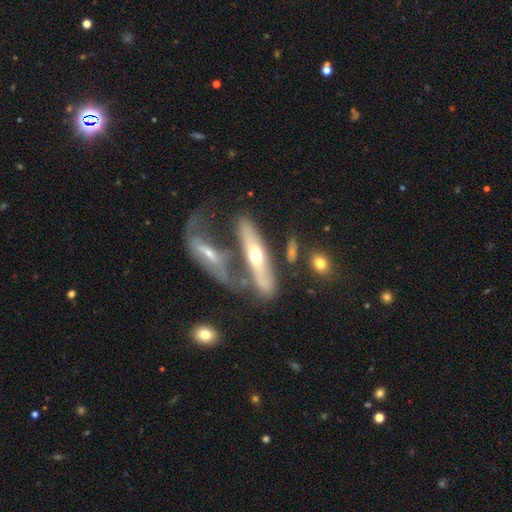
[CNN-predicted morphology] Smooth or featured? Predicted: featured or disk (p=0.58). Edge-on disk? Predicted: yes (p=0.64). Merging? Predicted: merger (p=0.37, tied with none).